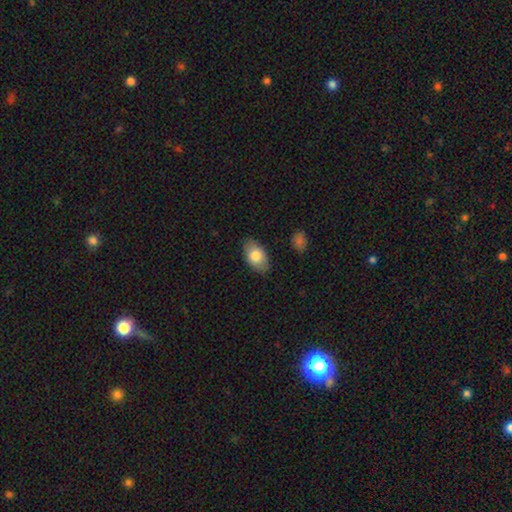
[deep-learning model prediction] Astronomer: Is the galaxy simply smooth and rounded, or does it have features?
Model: smooth — 80%.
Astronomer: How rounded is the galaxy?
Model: in between — 92%.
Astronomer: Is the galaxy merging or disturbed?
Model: none — 84%.